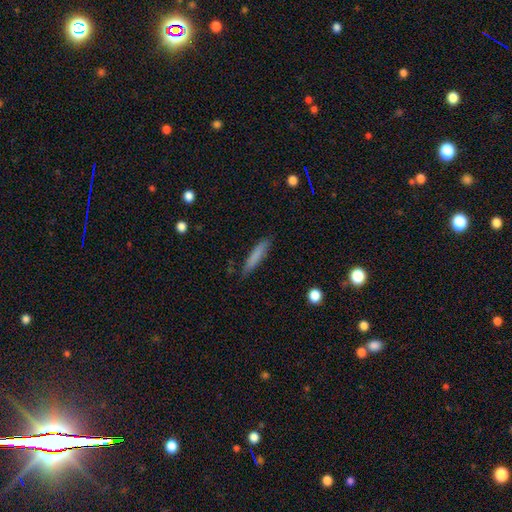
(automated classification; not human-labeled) smooth 79%, featured or disk 14%, star or artifact 7%. Down the decision tree: how rounded — cigar-shaped (89%); merging — none (84%).